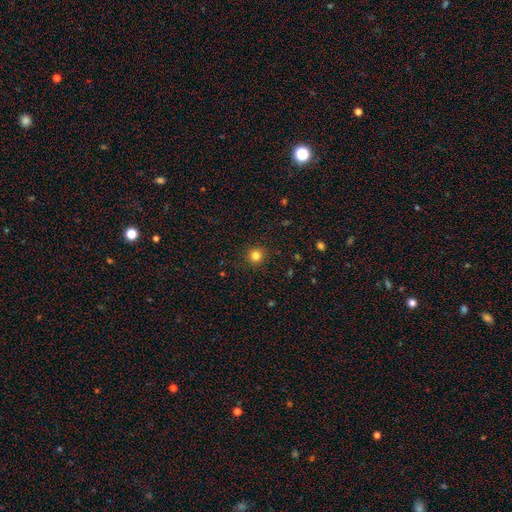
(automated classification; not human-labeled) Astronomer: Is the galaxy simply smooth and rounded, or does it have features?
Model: smooth — 82%.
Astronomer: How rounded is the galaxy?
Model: round — 94%.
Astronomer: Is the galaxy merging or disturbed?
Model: none — 92%.